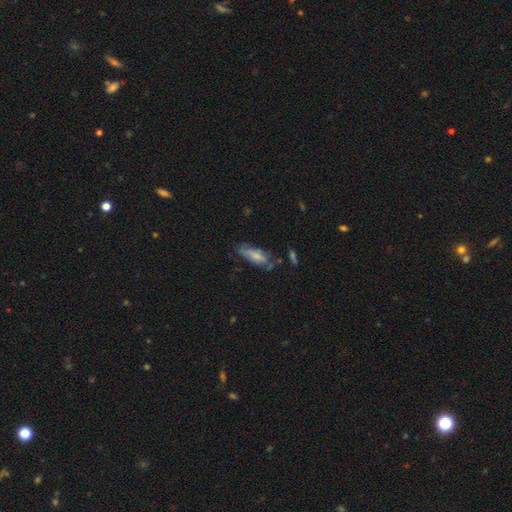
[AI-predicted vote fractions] A smooth galaxy with no disk features (62%) that is in between round and cigar-shaped (64%).

Vote fractions:
- Smooth or featured? smooth: 62% / featured or disk: 30% / star or artifact: 8%
- How rounded? in between: 64% / cigar-shaped: 34% / round: 2%
- Merging? none: 49% / minor disturbance: 31% / major disturbance: 14% / merger: 6%